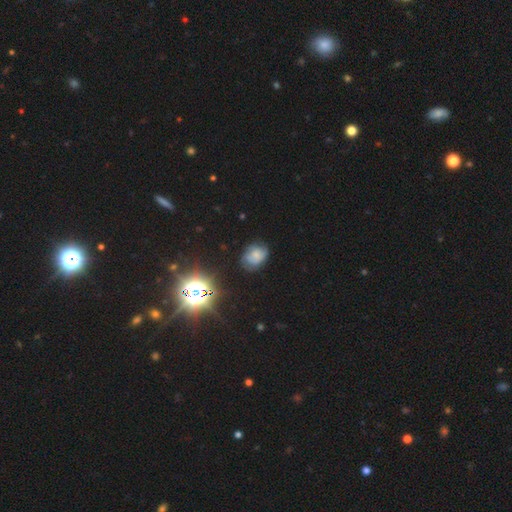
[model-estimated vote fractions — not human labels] Smooth or featured?
  - smooth: 55% *
  - featured or disk: 28%
  - star or artifact: 17%
How rounded?
  - in between: 58% *
  - round: 41%
  - cigar-shaped: 1%
Merging?
  - none: 64% *
  - minor disturbance: 25%
  - major disturbance: 8%
  - merger: 2%